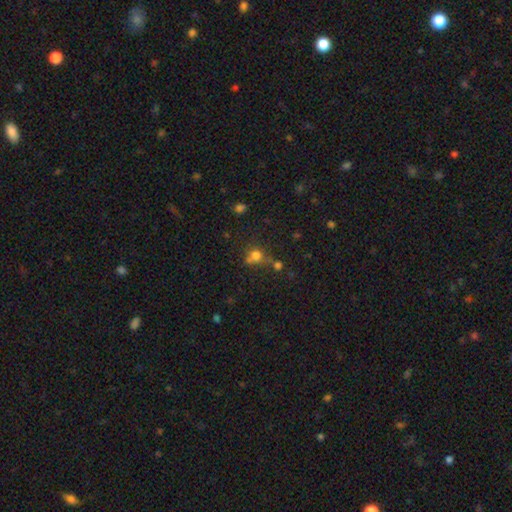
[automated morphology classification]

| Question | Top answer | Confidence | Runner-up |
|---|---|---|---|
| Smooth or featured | smooth | 71% | star or artifact (19%) |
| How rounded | round | 82% | in between (17%) |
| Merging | none | 49% | merger (27%) |